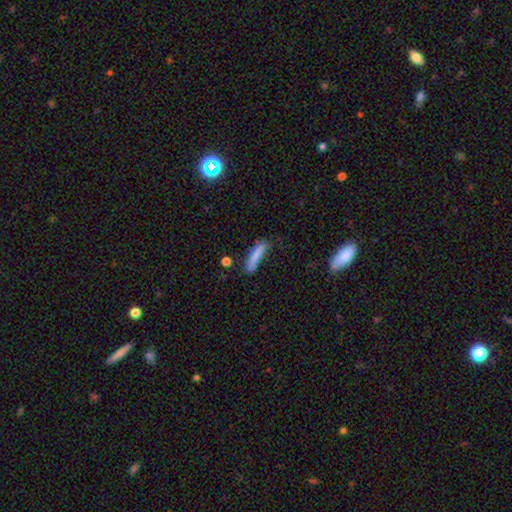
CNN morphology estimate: smooth-or-featured: smooth: 80% | featured or disk: 12% | star or artifact: 8%
  how-rounded: cigar-shaped: 83% | in between: 15% | round: 2%
  merging: none: 60% | minor disturbance: 26% | major disturbance: 9% | merger: 5%